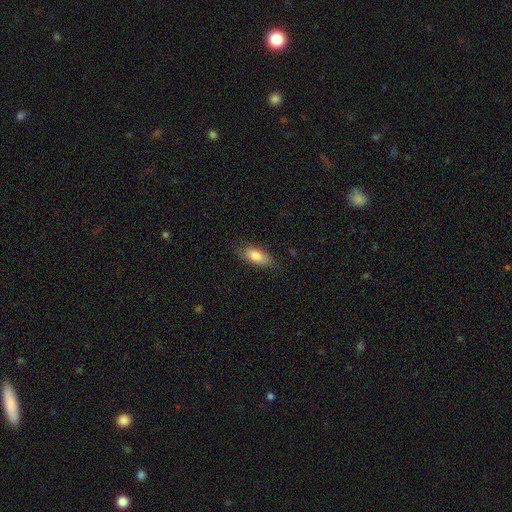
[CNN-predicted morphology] A smooth galaxy with no disk features (78%) that is in between round and cigar-shaped (82%).

Vote fractions:
- Smooth or featured? smooth: 78% / featured or disk: 15% / star or artifact: 7%
- How rounded? in between: 82% / cigar-shaped: 15% / round: 3%
- Merging? none: 73% / minor disturbance: 21% / major disturbance: 5% / merger: 1%